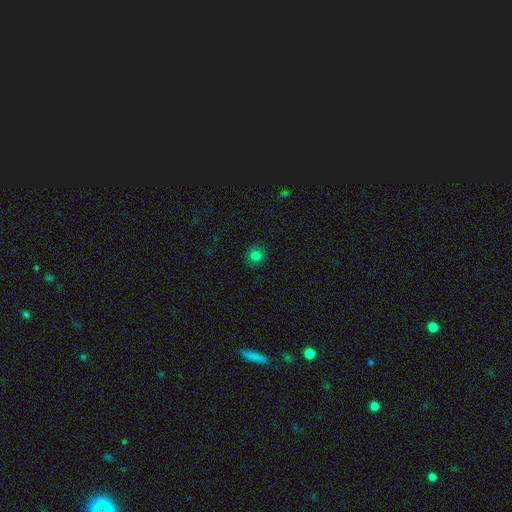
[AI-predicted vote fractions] smooth_or_featured: smooth (p=0.79) [alt: star or artifact p=0.15]
how_rounded: round (p=0.86) [alt: in between p=0.13]
merging: none (p=0.87) [alt: minor disturbance p=0.09]